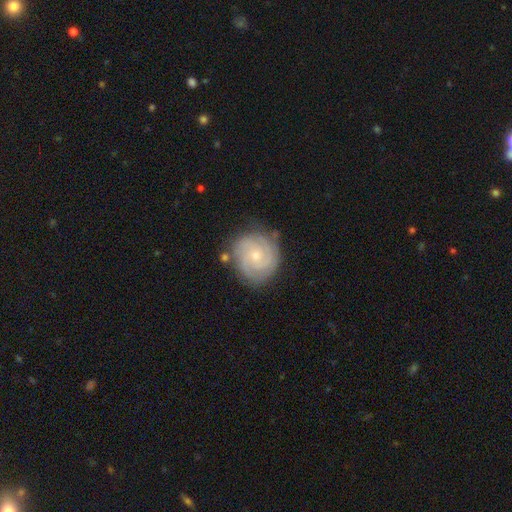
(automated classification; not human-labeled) Smooth or featured: featured or disk — 86% (smooth — 9%)
Edge-on disk: no — 98% (yes — 2%)
Bar: no — 72% (weak — 24%)
Spiral arms: yes — 97% (no — 3%)
Spiral winding: tight — 75% (medium — 22%)
Spiral arm count: 3 — 35% (2 — 32%)
Bulge size: small — 70% (moderate — 27%)
Merging: none — 79% (minor disturbance — 14%)